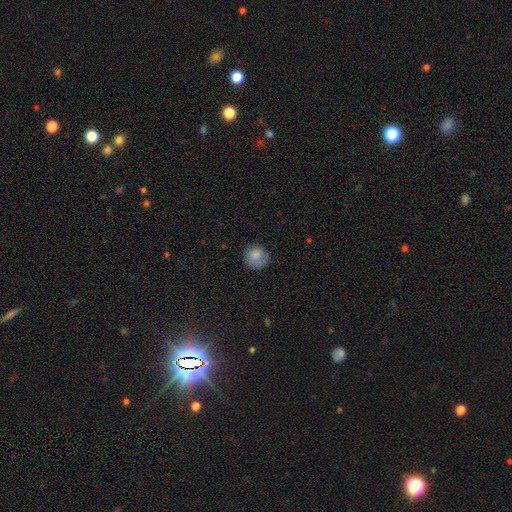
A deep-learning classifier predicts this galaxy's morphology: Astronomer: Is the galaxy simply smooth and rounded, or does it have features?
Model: smooth — 79%.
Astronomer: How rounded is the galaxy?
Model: round — 88%.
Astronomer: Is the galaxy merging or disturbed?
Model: none — 69%.